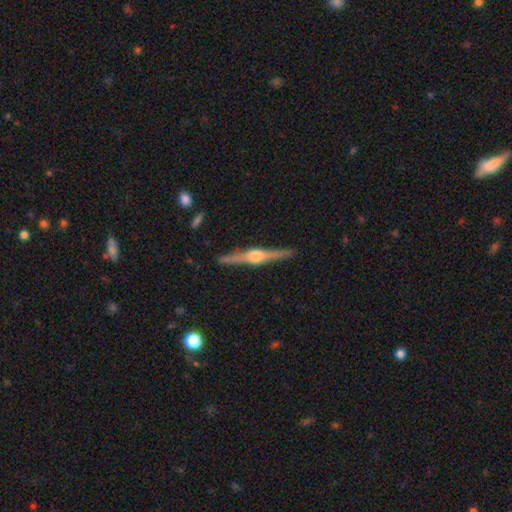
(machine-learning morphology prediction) Smooth or featured: featured or disk — 86% (smooth — 9%)
Edge-on disk: yes — 98% (no — 2%)
Edge-on bulge: rounded — 93% (boxy — 5%)
Merging: none — 91% (minor disturbance — 6%)